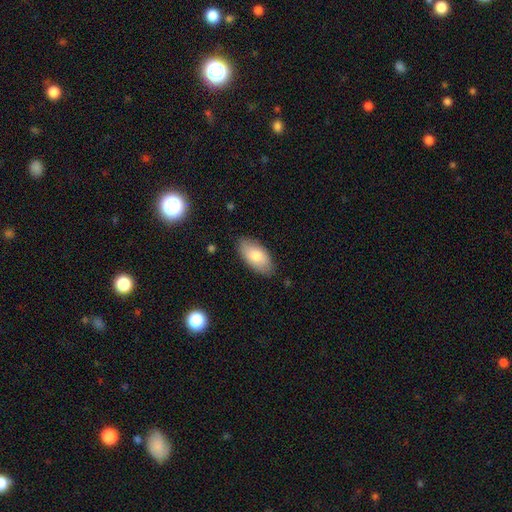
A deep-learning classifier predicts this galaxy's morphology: smooth-or-featured: smooth: 80% | featured or disk: 13% | star or artifact: 6%
  how-rounded: in between: 94% | cigar-shaped: 4% | round: 2%
  merging: none: 84% | minor disturbance: 12% | major disturbance: 2% | merger: 1%